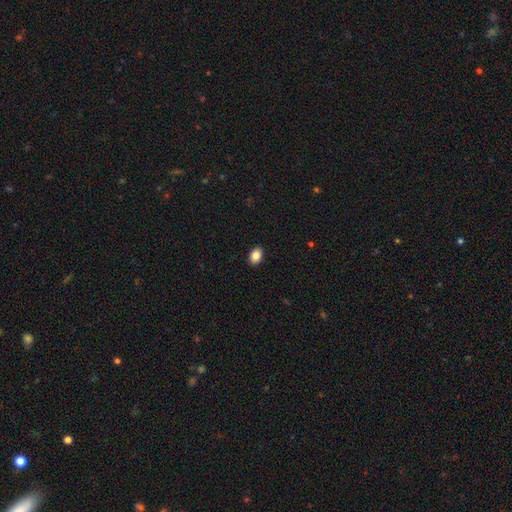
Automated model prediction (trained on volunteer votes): Smooth or featured? smooth (86%)
How rounded? in between (78%)
Merging? none (91%)